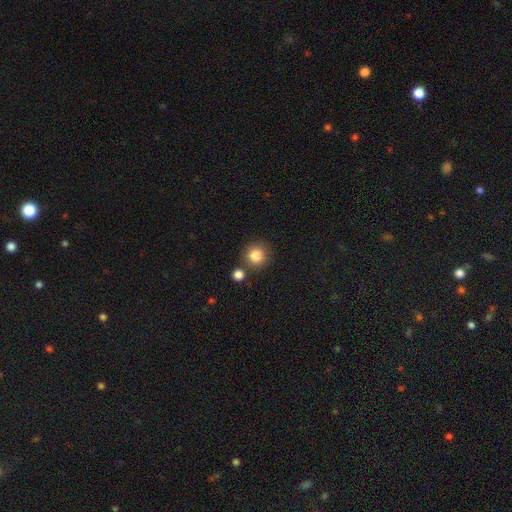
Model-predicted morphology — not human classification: A smooth galaxy with no disk features (85%) that is round (91%). Merging: none (76%).